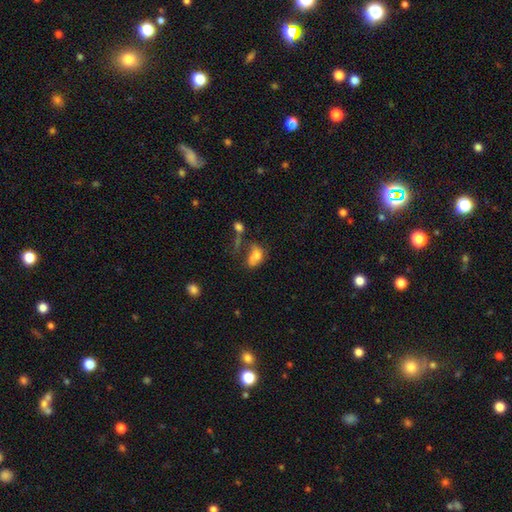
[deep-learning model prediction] Smooth or featured? Predicted: smooth (p=0.66). How rounded? Predicted: in between (p=0.82). Merging? Predicted: merger (p=0.32).